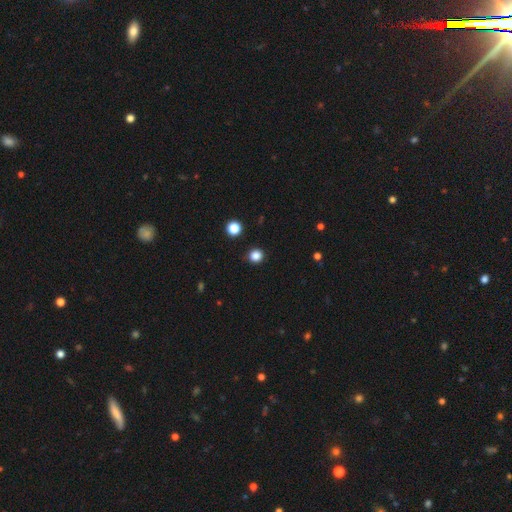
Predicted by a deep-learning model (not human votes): A smooth galaxy with no disk features (84%) that is round (89%). Merging: none (92%).